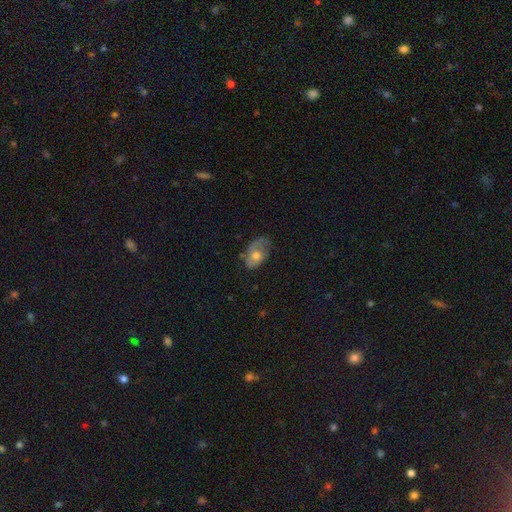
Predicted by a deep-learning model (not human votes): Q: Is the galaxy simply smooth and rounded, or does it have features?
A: smooth — 54%.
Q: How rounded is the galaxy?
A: in between — 87%.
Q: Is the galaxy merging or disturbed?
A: none — 45%.